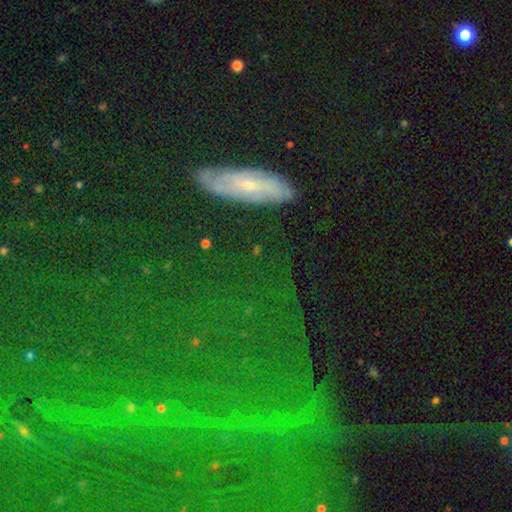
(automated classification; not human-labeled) Smooth or featured? featured or disk (36%)
Merging? none (83%)